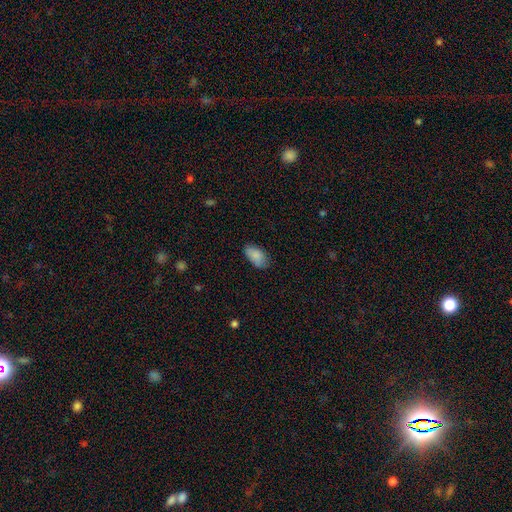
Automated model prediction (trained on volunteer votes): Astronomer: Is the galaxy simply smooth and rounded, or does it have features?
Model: smooth — 87%.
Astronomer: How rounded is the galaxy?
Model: in between — 93%.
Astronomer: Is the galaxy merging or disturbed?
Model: none — 75%.